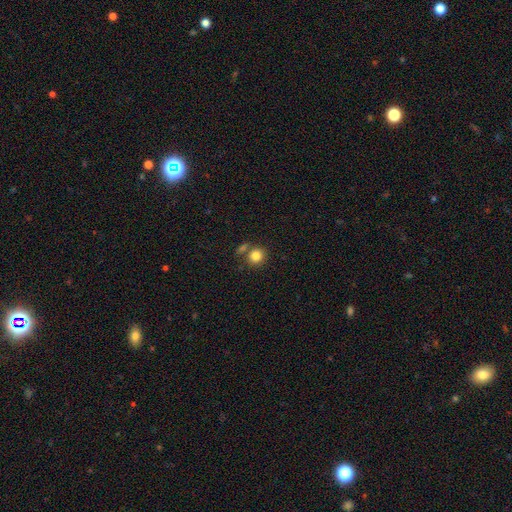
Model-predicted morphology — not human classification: Smooth or featured? smooth (83%)
How rounded? round (85%)
Merging? none (67%)